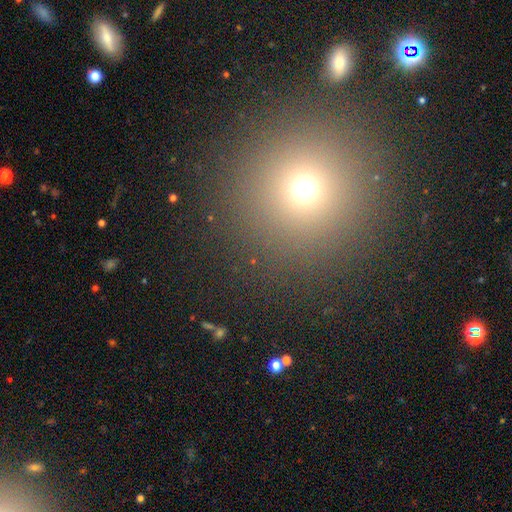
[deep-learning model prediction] Smooth or featured? Predicted: smooth (p=0.60). How rounded? Predicted: round (p=0.96). Merging? Predicted: none (p=0.90).